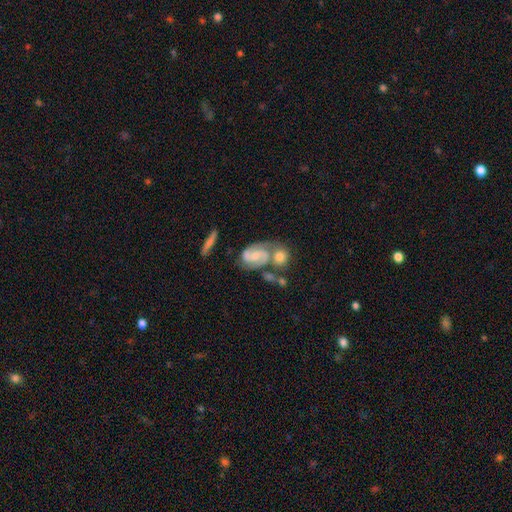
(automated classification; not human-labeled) Smooth or featured: featured or disk — 85% (smooth — 10%)
Edge-on disk: no — 97% (yes — 3%)
Bar: no — 46% (weak — 41%)
Spiral arms: yes — 97% (no — 3%)
Spiral winding: medium — 54% (tight — 33%)
Spiral arm count: 2 — 90% (can't tell — 4%)
Bulge size: small — 49% (moderate — 37%)
Merging: none — 45% (merger — 33%)